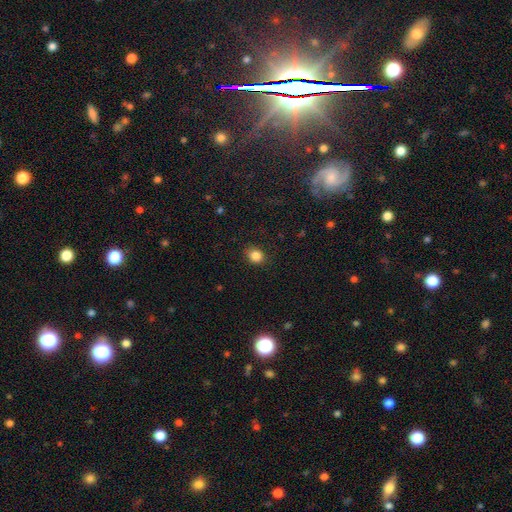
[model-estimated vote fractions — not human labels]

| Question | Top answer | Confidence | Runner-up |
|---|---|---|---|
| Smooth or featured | smooth | 85% | star or artifact (10%) |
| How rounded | round | 61% | in between (39%) |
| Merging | none | 85% | minor disturbance (11%) |